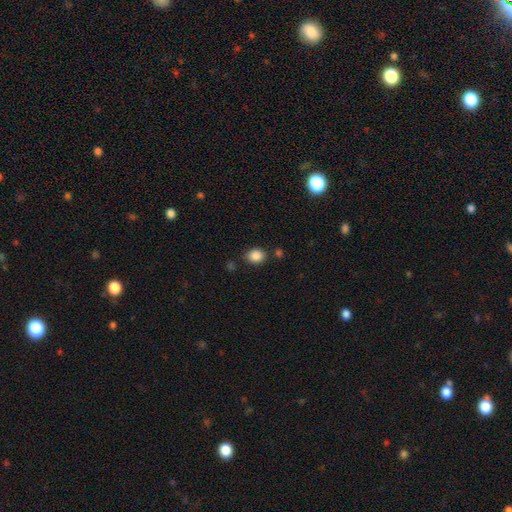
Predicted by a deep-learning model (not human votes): smooth-or-featured: smooth: 87% | star or artifact: 10% | featured or disk: 4%
  how-rounded: round: 61% | in between: 38% | cigar-shaped: 1%
  merging: none: 80% | minor disturbance: 11% | merger: 6% | major disturbance: 3%